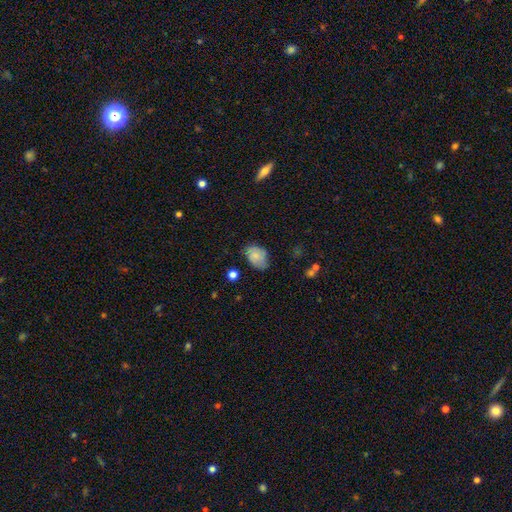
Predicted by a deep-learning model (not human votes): Smooth or featured? Predicted: smooth (p=0.72). How rounded? Predicted: in between (p=0.73). Merging? Predicted: none (p=0.59).